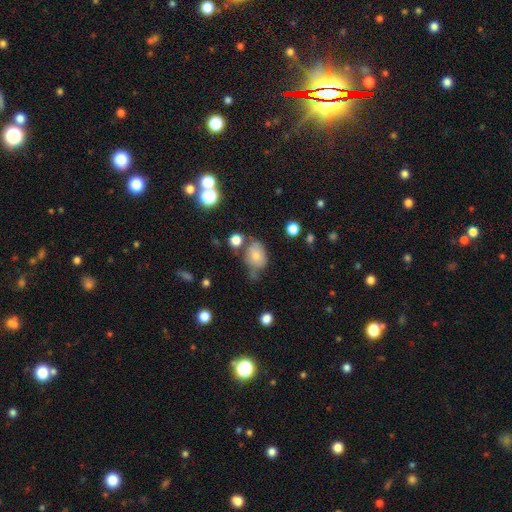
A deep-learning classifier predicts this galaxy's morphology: Smooth or featured? Predicted: smooth (p=0.72). How rounded? Predicted: in between (p=0.68). Merging? Predicted: none (p=0.42).